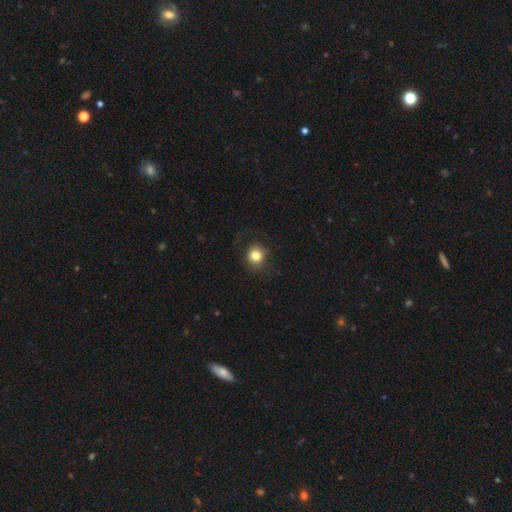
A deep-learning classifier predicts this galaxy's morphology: smooth-or-featured: smooth: 82% | star or artifact: 11% | featured or disk: 8%
  how-rounded: round: 83% | in between: 16% | cigar-shaped: 1%
  merging: none: 79% | minor disturbance: 14% | major disturbance: 6% | merger: 1%